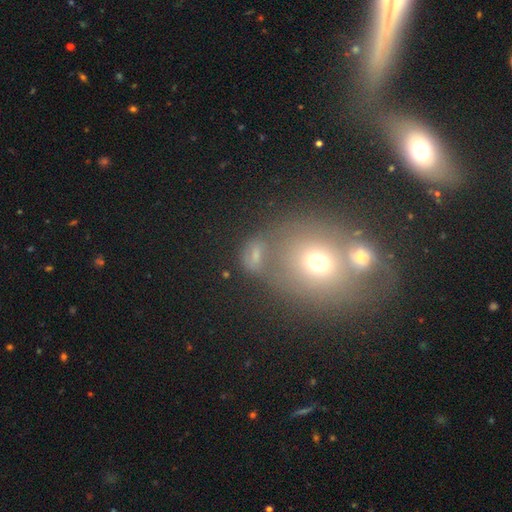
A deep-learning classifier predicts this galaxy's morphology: type=smooth (51%); roundness=round (50%); merging=none (40%).